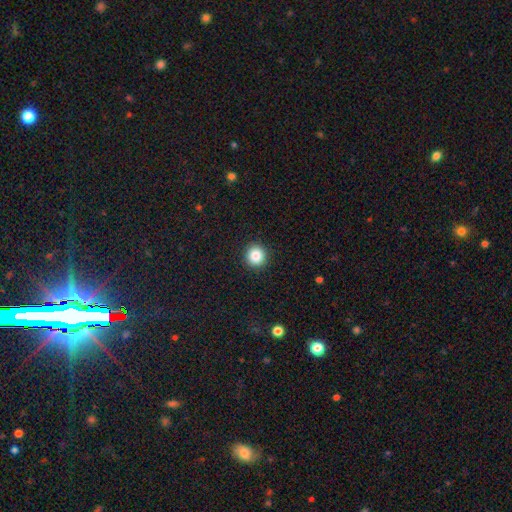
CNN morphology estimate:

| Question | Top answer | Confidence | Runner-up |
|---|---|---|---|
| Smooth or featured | smooth | 85% | star or artifact (10%) |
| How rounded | round | 93% | in between (6%) |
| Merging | none | 92% | minor disturbance (5%) |